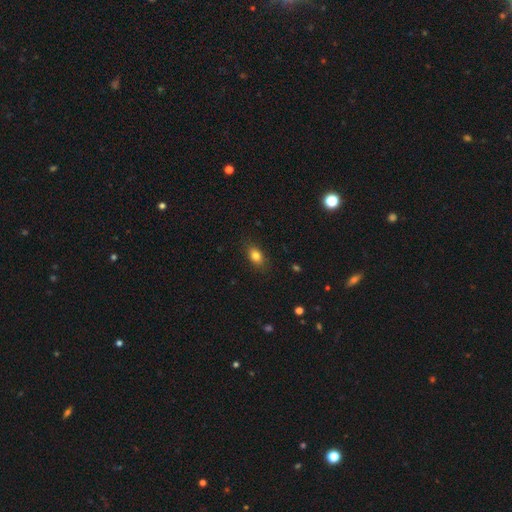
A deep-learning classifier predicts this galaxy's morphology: A smooth galaxy with no disk features (82%) that is in between round and cigar-shaped (81%). Merging: none (84%).